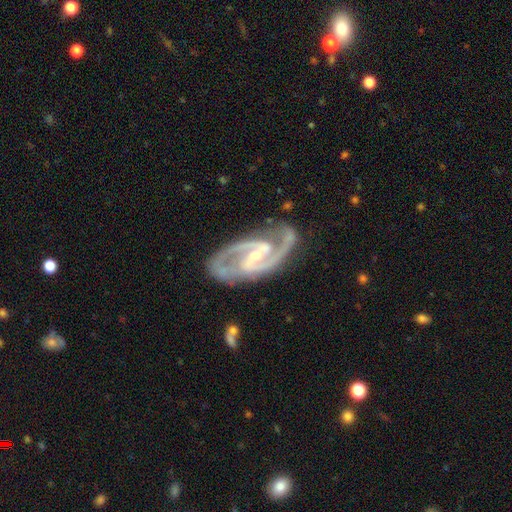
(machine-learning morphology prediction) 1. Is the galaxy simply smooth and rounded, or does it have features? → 94% featured or disk, 4% star or artifact, 2% smooth.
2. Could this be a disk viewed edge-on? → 97% no, 3% yes.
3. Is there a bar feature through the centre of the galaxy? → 42% weak, 41% strong, 17% no.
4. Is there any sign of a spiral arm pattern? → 99% yes, 1% no.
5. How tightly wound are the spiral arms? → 65% medium, 25% tight, 11% loose.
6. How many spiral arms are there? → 90% 2, 4% 3, 2% can't tell, 1% 1, 1% 4, 1% more than 4.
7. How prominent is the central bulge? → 62% small, 35% moderate, 2% none, 1% large, 1% dominant.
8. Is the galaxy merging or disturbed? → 77% none, 16% minor disturbance, 5% major disturbance, 2% merger.